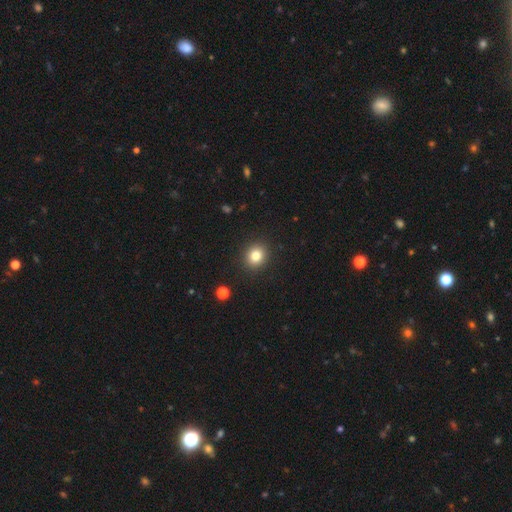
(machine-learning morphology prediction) This is clearly a smooth galaxy (81%). How rounded: likely round (75%). Merging: clearly none (90%).